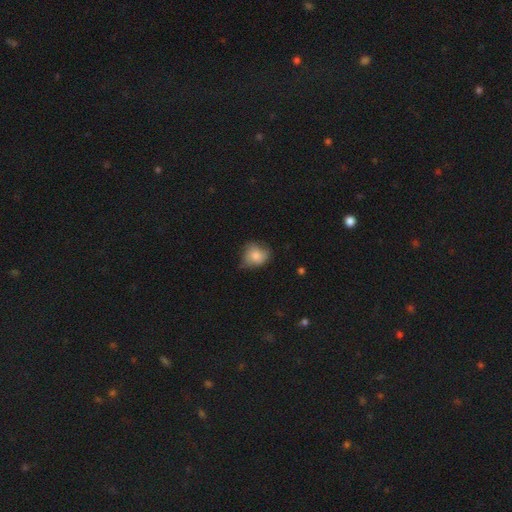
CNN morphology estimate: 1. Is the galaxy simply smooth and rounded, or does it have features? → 75% smooth, 17% featured or disk, 8% star or artifact.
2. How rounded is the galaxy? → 66% round, 33% in between, 1% cigar-shaped.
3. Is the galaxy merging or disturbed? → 51% none, 36% minor disturbance, 11% major disturbance, 2% merger.